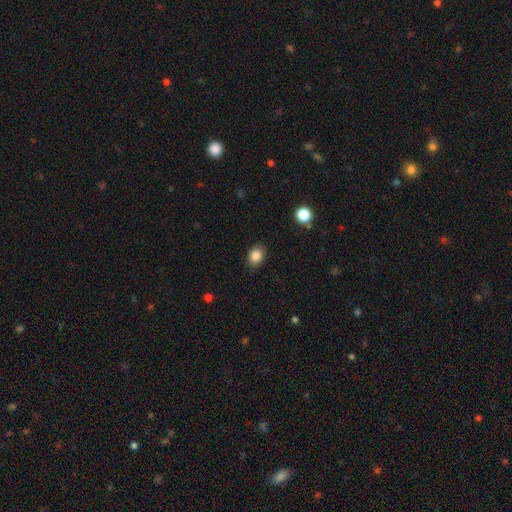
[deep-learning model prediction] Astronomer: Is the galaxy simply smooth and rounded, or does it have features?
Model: smooth — 86%.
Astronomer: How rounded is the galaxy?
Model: in between — 58% (runner-up: round, 41%).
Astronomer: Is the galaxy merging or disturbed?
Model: none — 86%.